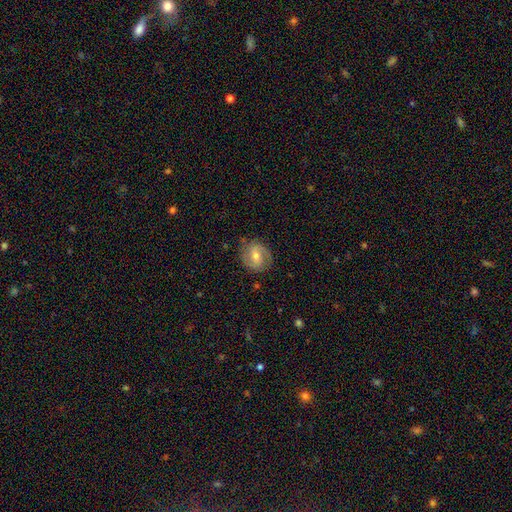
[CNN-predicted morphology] This appears to be a featured or disk galaxy (60%) with a weak bar (48%), spiral arms (82%) and a moderate central bulge (60%). Merging: none (81%).